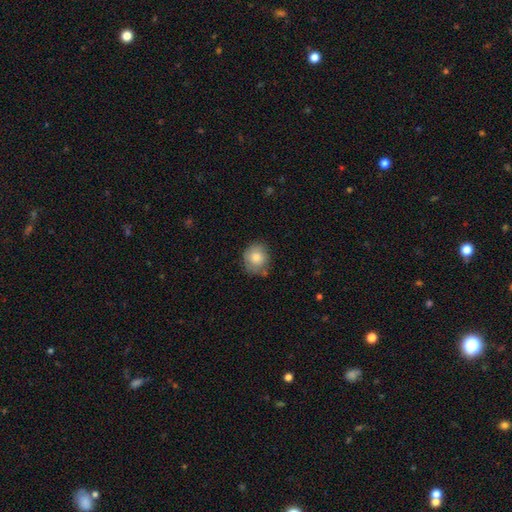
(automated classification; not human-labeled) Morphology: type=smooth (80%); roundness=round (80%); merging=none (73%).